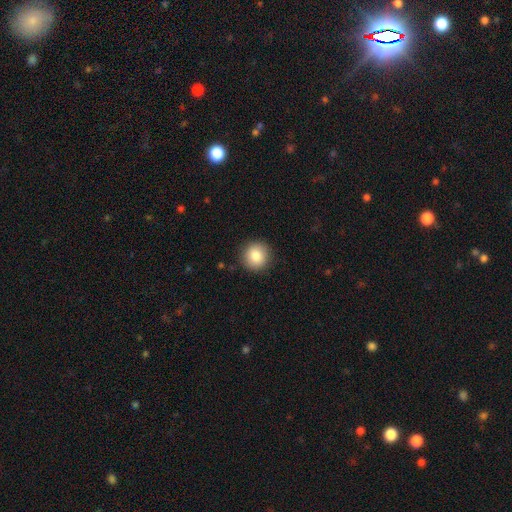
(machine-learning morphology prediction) smooth_or_featured: smooth (p=0.85) [alt: star or artifact p=0.09]
how_rounded: round (p=0.93) [alt: in between p=0.06]
merging: none (p=0.90) [alt: minor disturbance p=0.07]